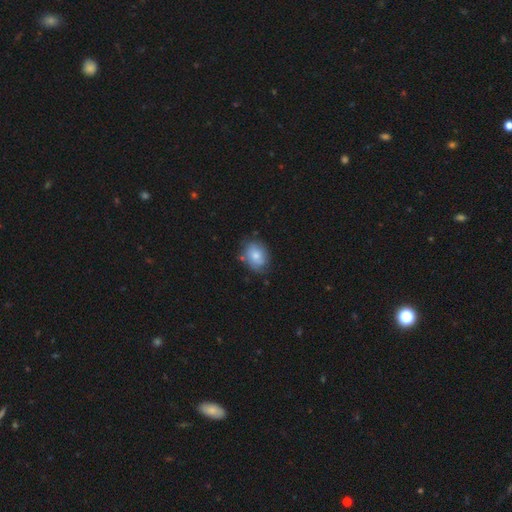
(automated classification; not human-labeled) Smooth or featured?
  - smooth: 76% *
  - featured or disk: 16%
  - star or artifact: 8%
How rounded?
  - in between: 64% *
  - round: 35%
  - cigar-shaped: 1%
Merging?
  - none: 73% *
  - minor disturbance: 20%
  - major disturbance: 4%
  - merger: 3%